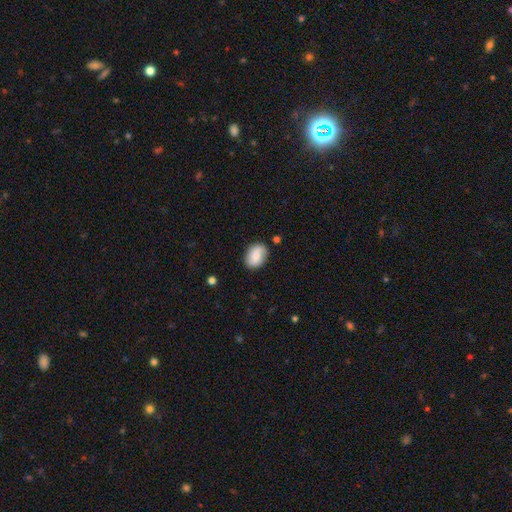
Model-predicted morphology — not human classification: Overall: smooth (75%). How rounded: in between (77%). Merging: none (78%).